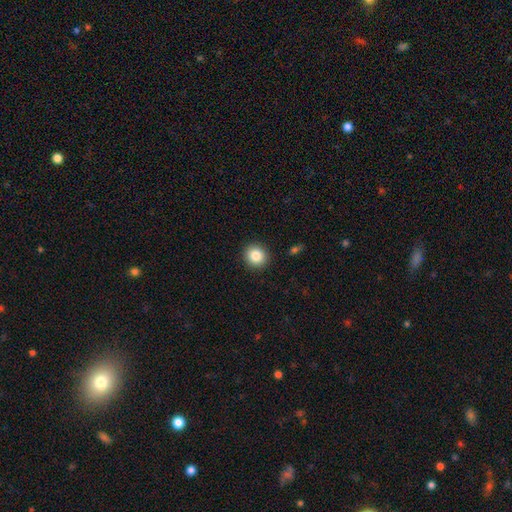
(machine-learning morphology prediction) Overall: smooth (85%). How rounded: round (90%). Merging: none (92%).